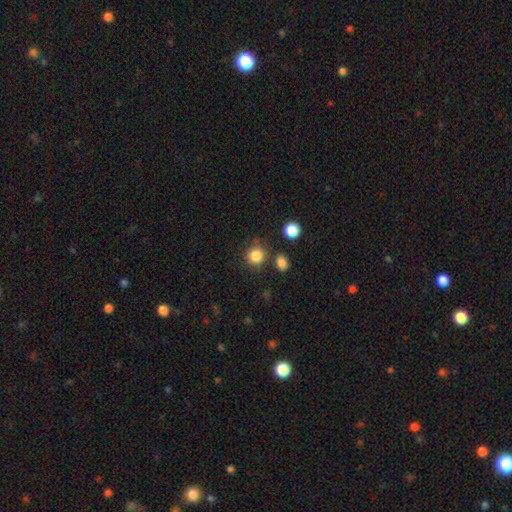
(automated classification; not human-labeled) This appears to be a smooth galaxy with no disk features (85%) that is round (89%). Merging: none (78%).